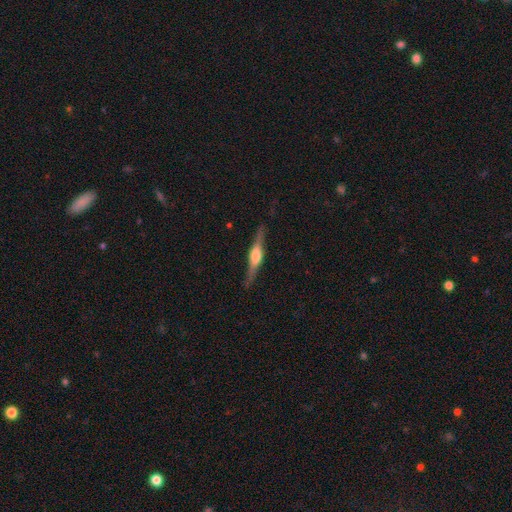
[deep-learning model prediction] Smooth or featured?
  - featured or disk: 78% *
  - smooth: 16%
  - star or artifact: 5%
Edge-on disk?
  - yes: 98% *
  - no: 2%
Edge-on bulge?
  - rounded: 85% *
  - boxy: 13%
  - none: 3%
Merging?
  - none: 87% *
  - minor disturbance: 9%
  - major disturbance: 2%
  - merger: 1%